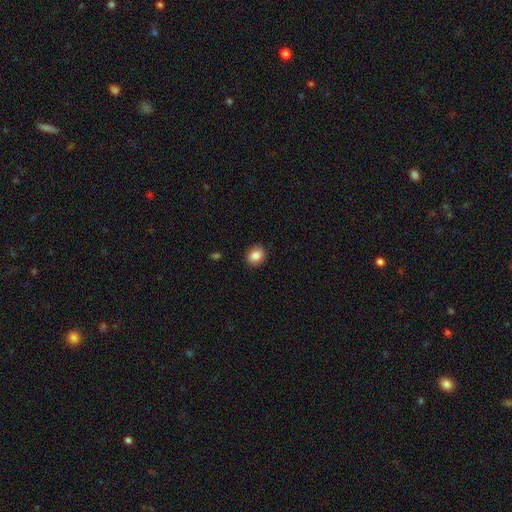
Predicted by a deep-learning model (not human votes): smooth_or_featured: smooth (p=0.86) [alt: star or artifact p=0.09]
how_rounded: round (p=0.66) [alt: in between p=0.33]
merging: none (p=0.90) [alt: minor disturbance p=0.07]